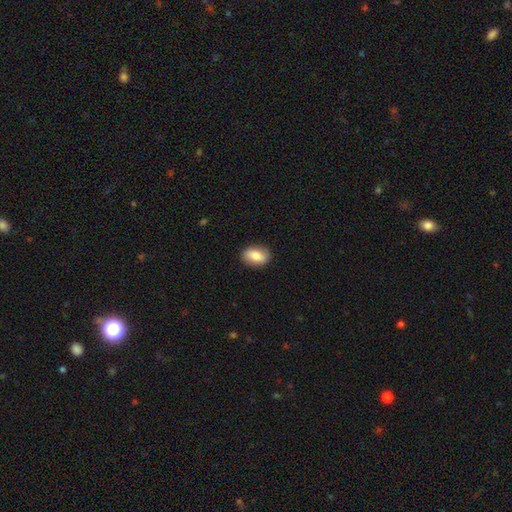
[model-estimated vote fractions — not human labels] The model was most divided on "smooth or featured": smooth: 77%, featured or disk: 16%, star or artifact: 7%. More confident: merging — none (86%); how rounded — in between (86%).